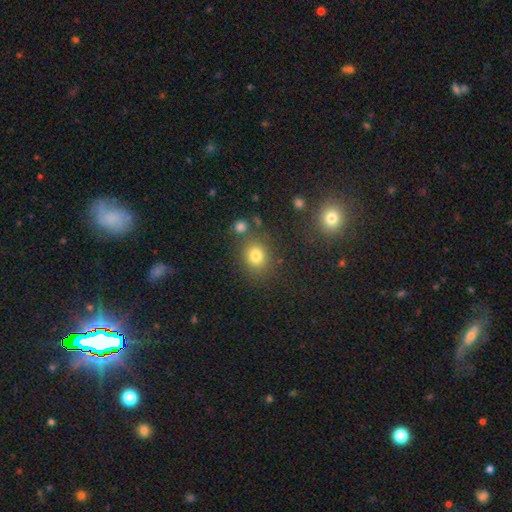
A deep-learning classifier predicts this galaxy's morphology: This is likely a smooth galaxy (78%). How rounded: likely round (73%). Merging: likely none (76%).